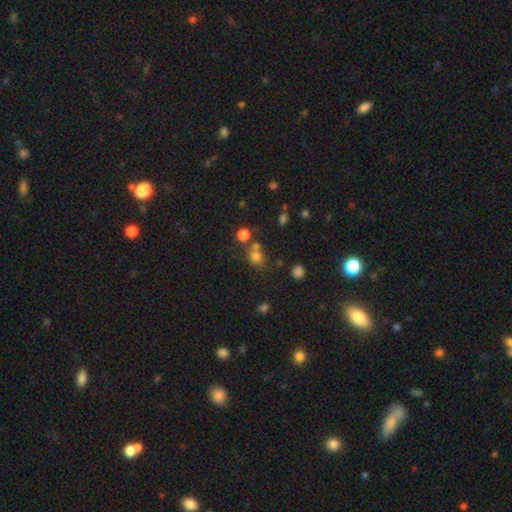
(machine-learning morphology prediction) This is likely a smooth galaxy (69%). How rounded: likely round (76%). Merging: possibly none (57%).